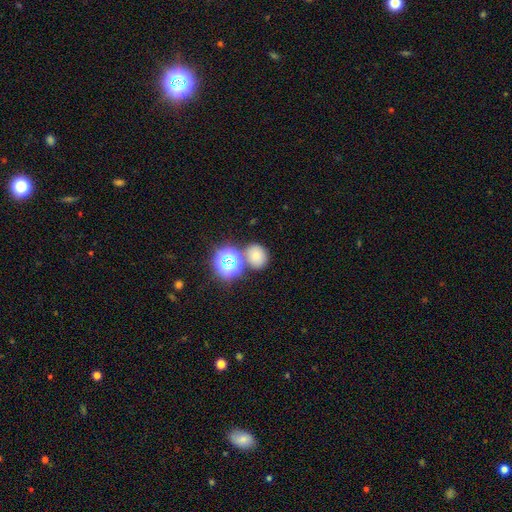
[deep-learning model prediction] A smooth galaxy with no disk features (71%) that is round (65%). Merging: none (65%).